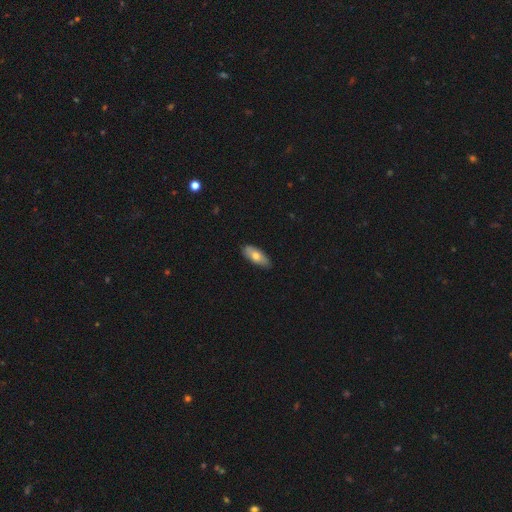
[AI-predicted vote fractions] The model was most divided on "smooth or featured": smooth: 68%, featured or disk: 26%, star or artifact: 6%. More confident: merging — none (85%); how rounded — in between (78%).